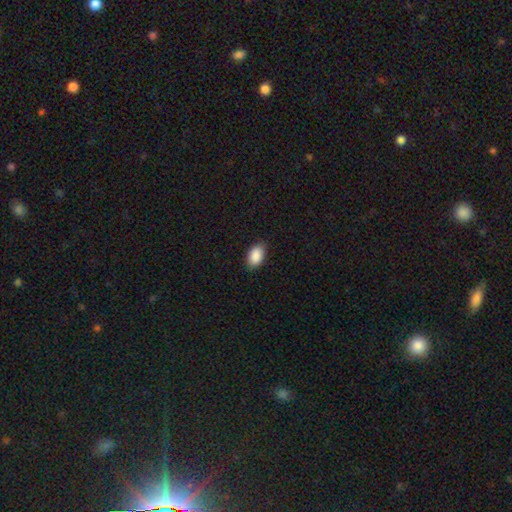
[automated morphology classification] Q: Smooth or featured?
A: smooth (90%); runner-up: star or artifact (7%)
Q: How rounded?
A: in between (92%); runner-up: round (7%)
Q: Merging?
A: none (86%); runner-up: minor disturbance (11%)